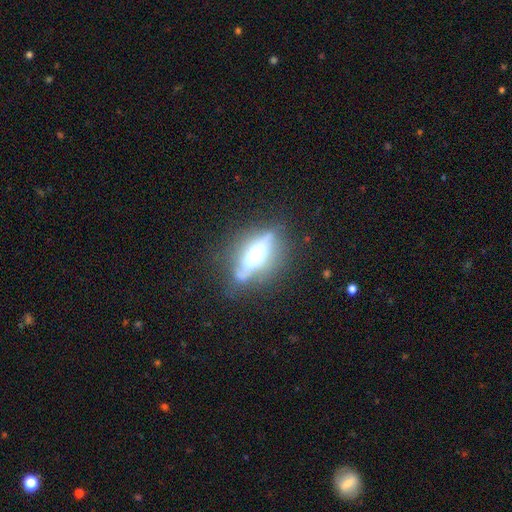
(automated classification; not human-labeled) This appears to be a featured or disk galaxy (69%) viewed edge-on (73%) with a rounded central bulge (87%). Merging: none (71%).